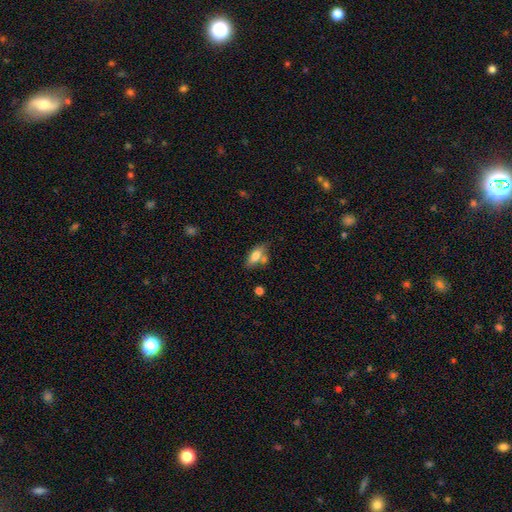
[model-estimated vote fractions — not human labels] Q: Smooth or featured?
A: smooth (71%); runner-up: featured or disk (21%)
Q: How rounded?
A: in between (80%); runner-up: cigar-shaped (16%)
Q: Merging?
A: none (58%); runner-up: merger (21%)